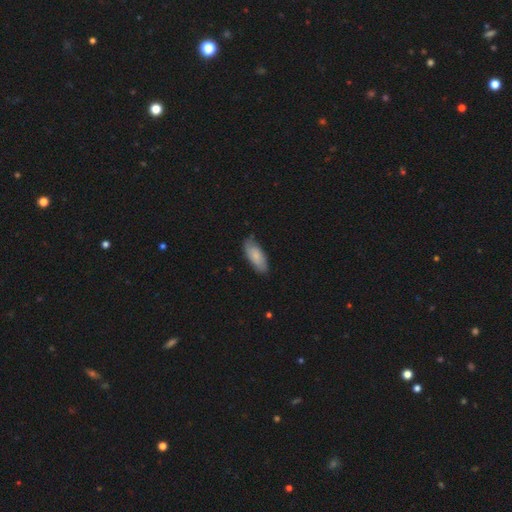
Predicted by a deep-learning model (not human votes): Smooth or featured?
  - smooth: 70% *
  - featured or disk: 24%
  - star or artifact: 6%
How rounded?
  - in between: 84% *
  - cigar-shaped: 14%
  - round: 2%
Merging?
  - none: 69% *
  - minor disturbance: 25%
  - major disturbance: 5%
  - merger: 1%